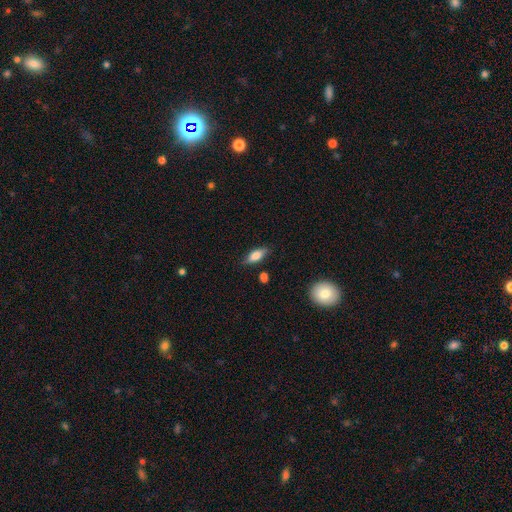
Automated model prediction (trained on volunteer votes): smooth 70%, featured or disk 23%, star or artifact 7%. Down the decision tree: how rounded — in between (73%); merging — none (79%).